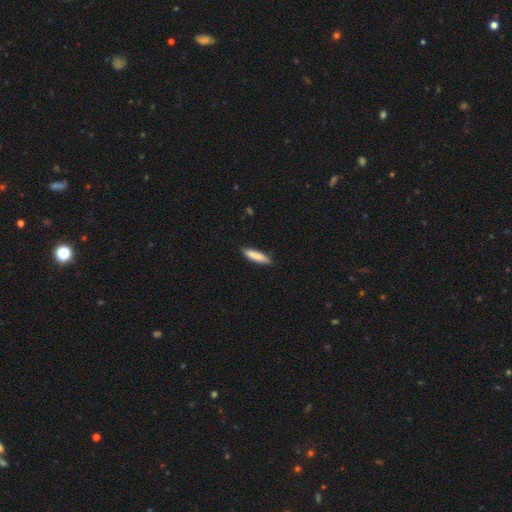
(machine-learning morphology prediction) The model was most divided on "how rounded": cigar-shaped: 75%, in between: 23%, round: 1%. More confident: merging — none (87%); smooth or featured — smooth (85%).